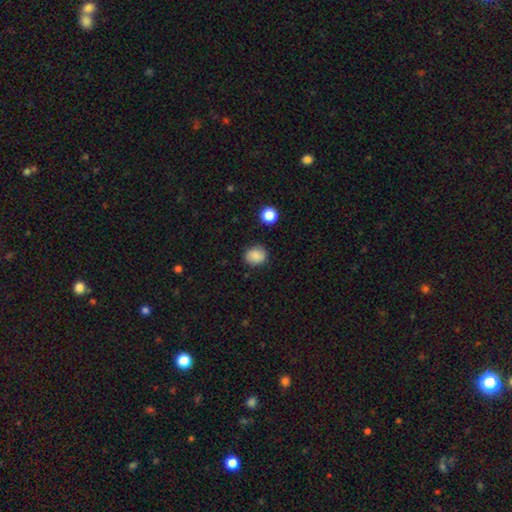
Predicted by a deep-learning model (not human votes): Q: Smooth or featured?
A: smooth (84%); runner-up: star or artifact (9%)
Q: How rounded?
A: round (72%); runner-up: in between (27%)
Q: Merging?
A: none (84%); runner-up: minor disturbance (12%)